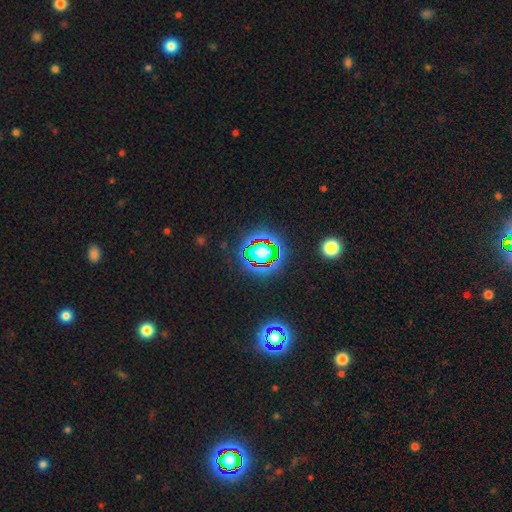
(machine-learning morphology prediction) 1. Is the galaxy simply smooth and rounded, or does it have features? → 78% star or artifact, 13% smooth, 9% featured or disk.